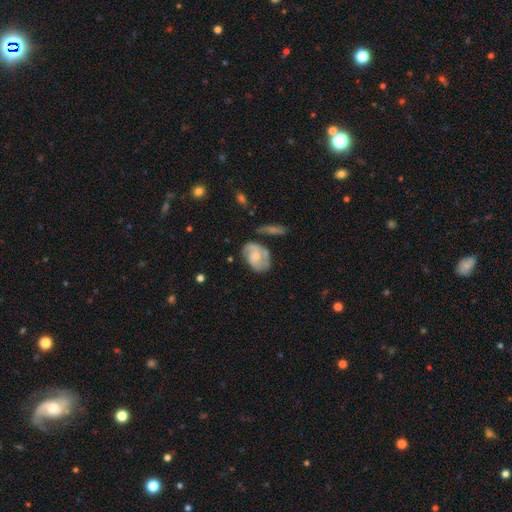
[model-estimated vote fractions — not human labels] Overall: featured or disk (59%; smooth 35%). Edge-on disk: no (96%). Bar: no (69%). Spiral arms: yes (82%). Bulge size: small (45%; moderate 36%). Merging: none (55%; minor disturbance 25%).